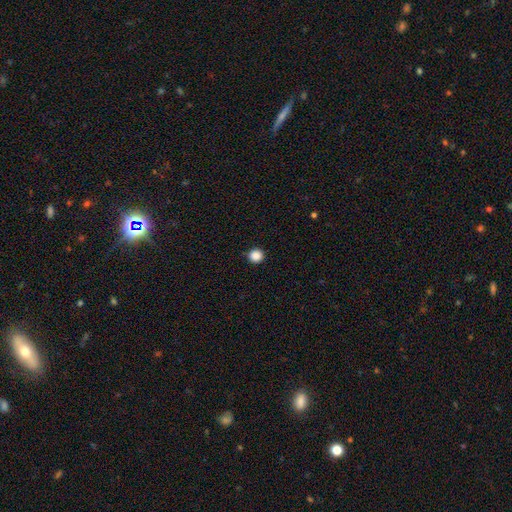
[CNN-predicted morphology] type=smooth (87%); roundness=round (95%); merging=none (91%).